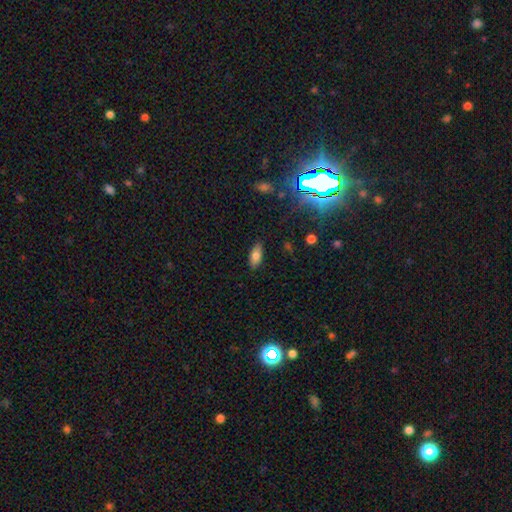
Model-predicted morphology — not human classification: smooth 77%, featured or disk 13%, star or artifact 9%. Down the decision tree: how rounded — in between (85%); merging — none (85%).